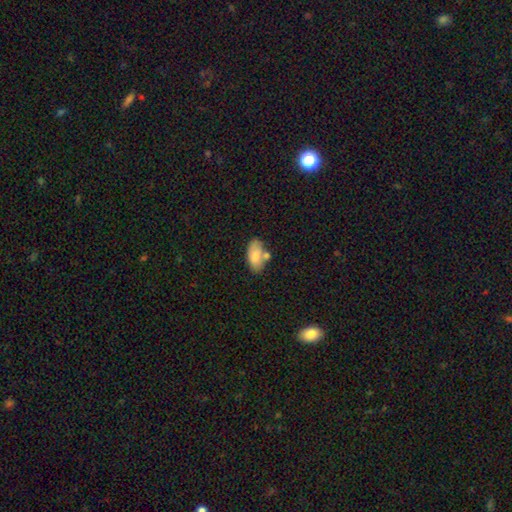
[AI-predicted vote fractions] A smooth galaxy with no disk features (79%) that is in between round and cigar-shaped (92%).

Vote fractions:
- Smooth or featured? smooth: 79% / featured or disk: 14% / star or artifact: 7%
- How rounded? in between: 92% / cigar-shaped: 4% / round: 4%
- Merging? none: 60% / merger: 18% / minor disturbance: 17% / major disturbance: 4%